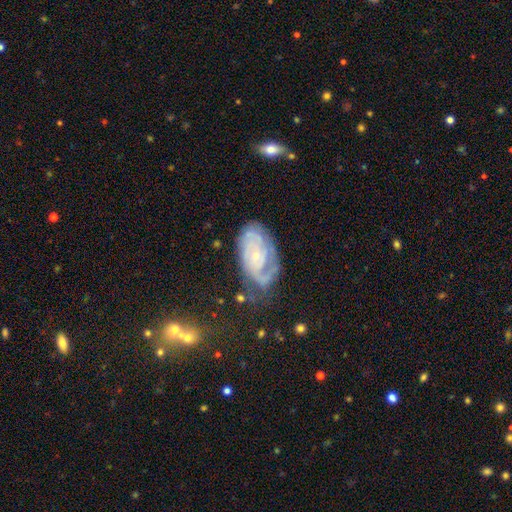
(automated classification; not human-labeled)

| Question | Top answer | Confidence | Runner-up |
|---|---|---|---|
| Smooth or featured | featured or disk | 81% | smooth (12%) |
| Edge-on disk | no | 96% | yes (4%) |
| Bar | no | 70% | weak (25%) |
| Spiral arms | yes | 93% | no (7%) |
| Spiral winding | tight | 65% | medium (28%) |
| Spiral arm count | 2 | 35% | can't tell (34%) |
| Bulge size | small | 79% | moderate (16%) |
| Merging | none | 62% | minor disturbance (24%) |